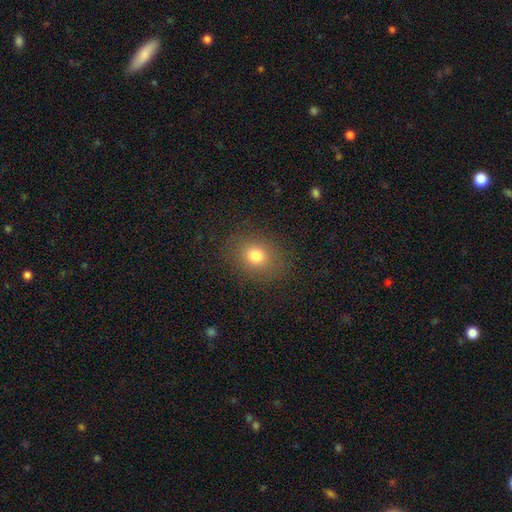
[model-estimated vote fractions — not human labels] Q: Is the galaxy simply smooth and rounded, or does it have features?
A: smooth — 77%.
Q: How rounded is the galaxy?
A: round — 57%.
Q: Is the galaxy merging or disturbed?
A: none — 85%.